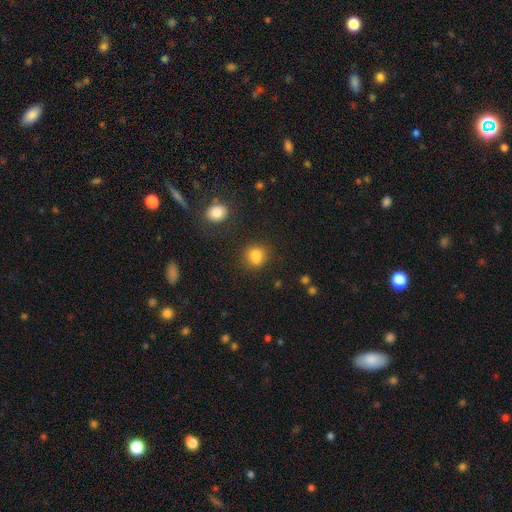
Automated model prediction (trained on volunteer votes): Morphology: type=smooth (80%); roundness=round (67%); merging=none (65%).